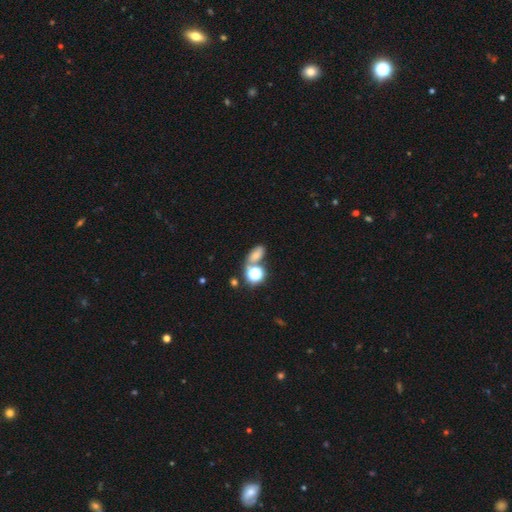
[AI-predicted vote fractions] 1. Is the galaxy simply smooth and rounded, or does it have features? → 60% smooth, 26% star or artifact, 14% featured or disk.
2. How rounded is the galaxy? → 75% in between, 22% round, 4% cigar-shaped.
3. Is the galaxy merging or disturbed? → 53% none, 26% merger, 14% minor disturbance, 7% major disturbance.